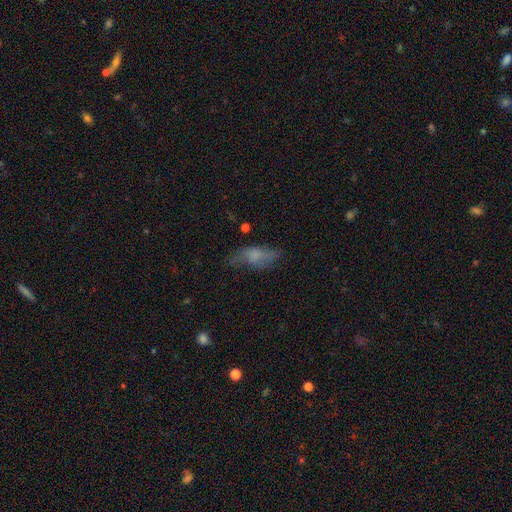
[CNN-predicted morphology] smooth-or-featured: smooth: 57% | featured or disk: 32% | star or artifact: 11%
  how-rounded: in between: 76% | cigar-shaped: 20% | round: 4%
  merging: none: 52% | minor disturbance: 28% | major disturbance: 18% | merger: 3%